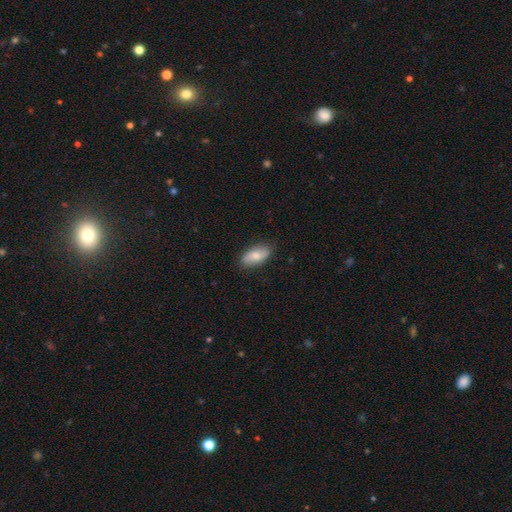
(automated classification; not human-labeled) Smooth or featured: smooth — 74% (featured or disk — 20%)
How rounded: in between — 90% (cigar-shaped — 6%)
Merging: none — 85% (minor disturbance — 12%)